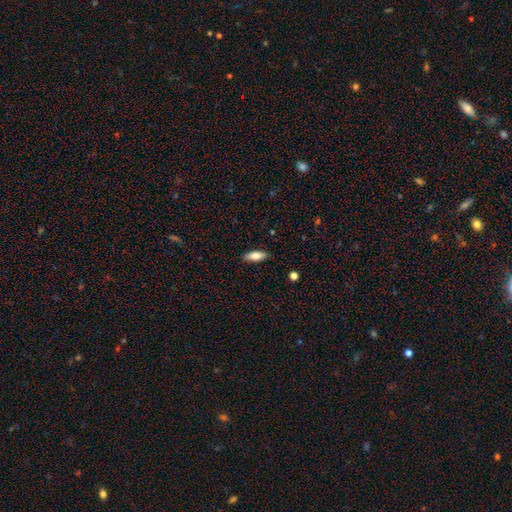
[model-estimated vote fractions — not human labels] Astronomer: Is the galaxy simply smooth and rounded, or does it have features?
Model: smooth — 82%.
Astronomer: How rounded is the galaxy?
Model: in between — 74%.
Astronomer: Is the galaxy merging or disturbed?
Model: none — 88%.